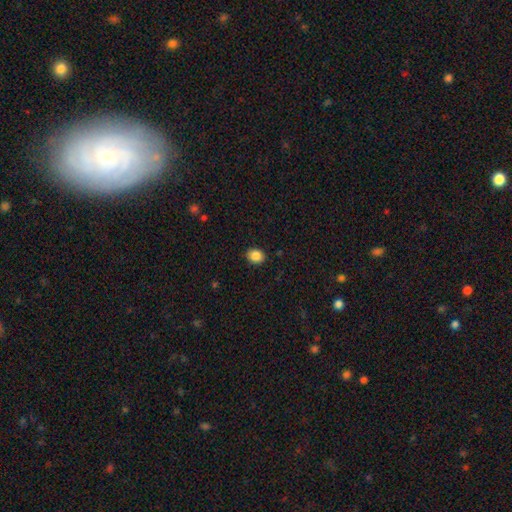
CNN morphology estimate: A smooth galaxy with no disk features (87%) that is round (53%).

Vote fractions:
- Smooth or featured? smooth: 87% / star or artifact: 9% / featured or disk: 4%
- How rounded? round: 53% / in between: 47% / cigar-shaped: 1%
- Merging? none: 89% / minor disturbance: 8% / major disturbance: 2% / merger: 1%